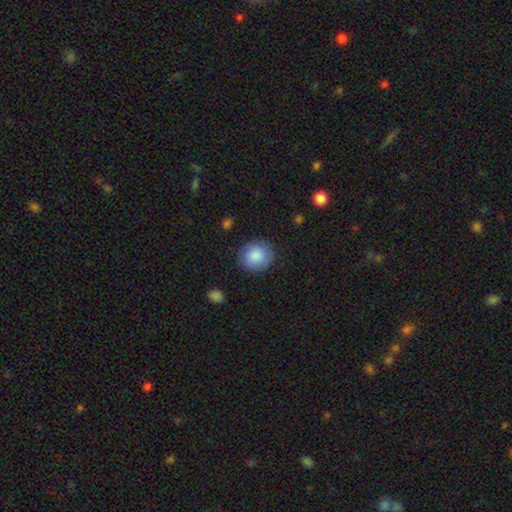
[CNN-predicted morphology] This is clearly a smooth galaxy (87%). How rounded: clearly round (85%). Merging: clearly none (85%).